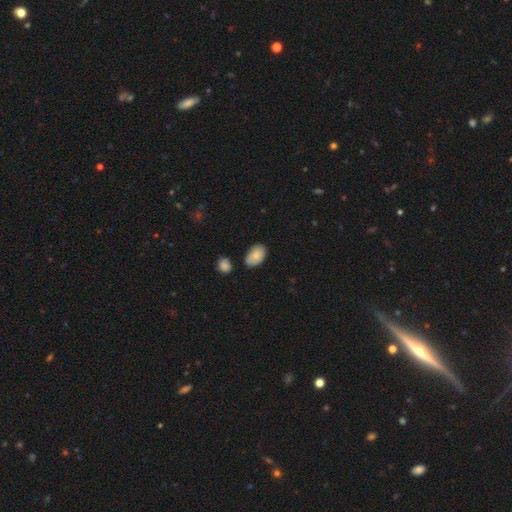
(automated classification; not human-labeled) Smooth or featured? Predicted: smooth (p=0.83). How rounded? Predicted: in between (p=0.90). Merging? Predicted: none (p=0.71).